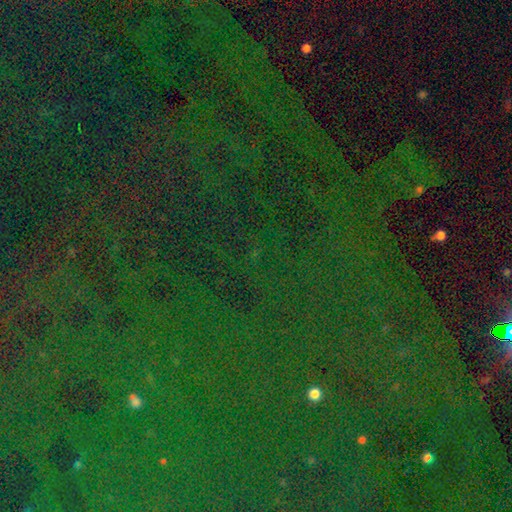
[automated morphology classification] Overall: star or artifact (81%).